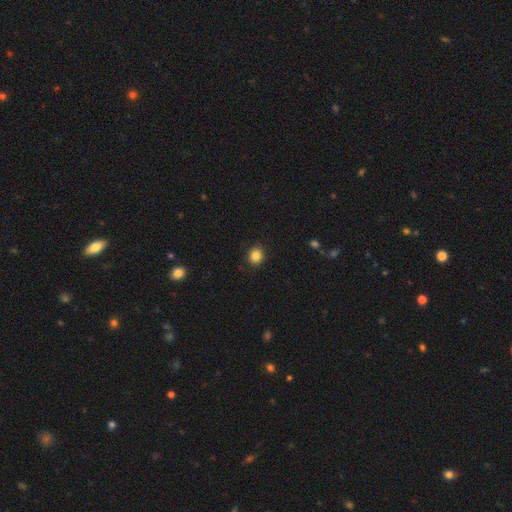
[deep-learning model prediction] Smooth or featured? smooth (85%)
How rounded? round (79%)
Merging? none (90%)